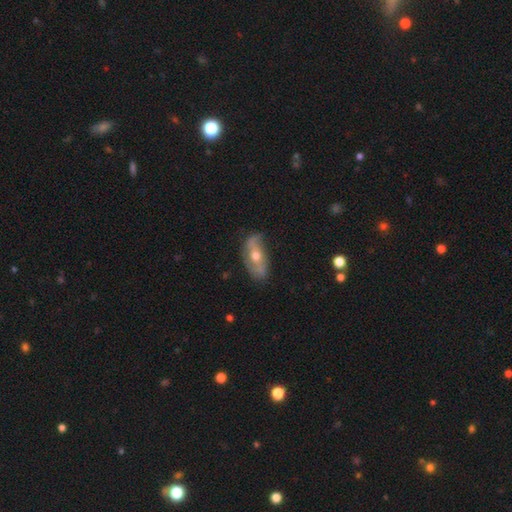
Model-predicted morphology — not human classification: smooth_or_featured: featured or disk (p=0.66) [alt: smooth p=0.27]
disk_edge_on: no (p=0.82) [alt: yes p=0.18]
bar: no (p=0.56) [alt: weak p=0.27]
has_spiral_arms: yes (p=0.69) [alt: no p=0.31]
bulge_size: moderate (p=0.71) [alt: small p=0.23]
merging: none (p=0.65) [alt: minor disturbance p=0.25]